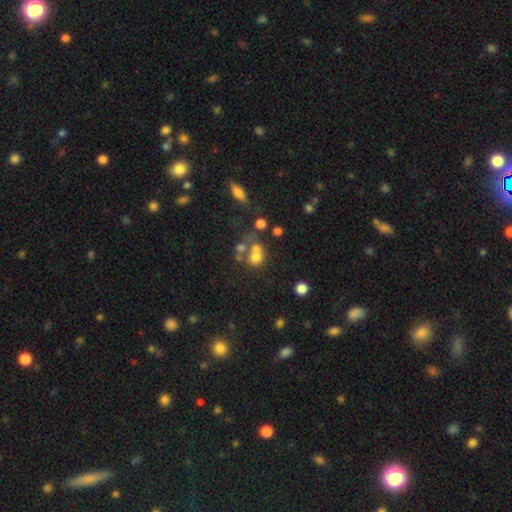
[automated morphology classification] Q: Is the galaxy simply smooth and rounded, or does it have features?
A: smooth — 62%.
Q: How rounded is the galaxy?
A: round — 68%.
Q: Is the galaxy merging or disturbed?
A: merger — 48%.